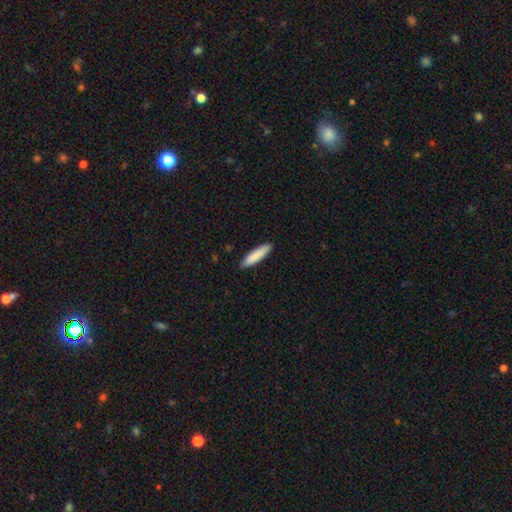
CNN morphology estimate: Overall: smooth (87%). How rounded: cigar-shaped (83%). Merging: none (90%).